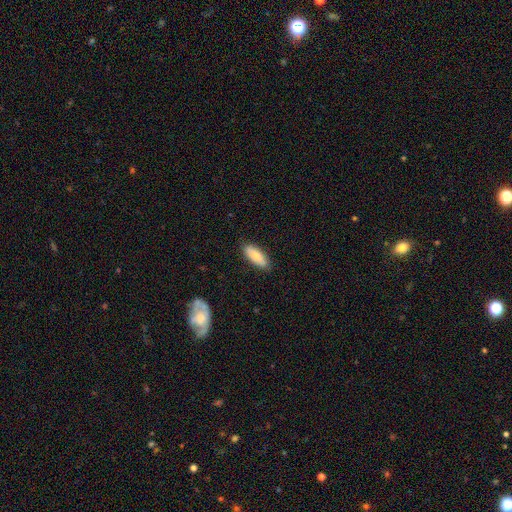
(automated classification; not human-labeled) A smooth galaxy with no disk features (80%) that is in between round and cigar-shaped (72%).

Vote fractions:
- Smooth or featured? smooth: 80% / featured or disk: 14% / star or artifact: 6%
- How rounded? in between: 72% / cigar-shaped: 27% / round: 2%
- Merging? none: 84% / minor disturbance: 13% / major disturbance: 2% / merger: 1%